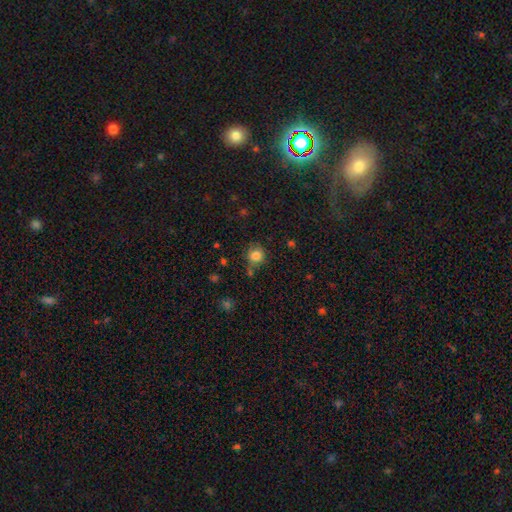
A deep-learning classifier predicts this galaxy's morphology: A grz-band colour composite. It shows a smooth galaxy with no disk features (83%) that is round (88%). Merging: none (69%).